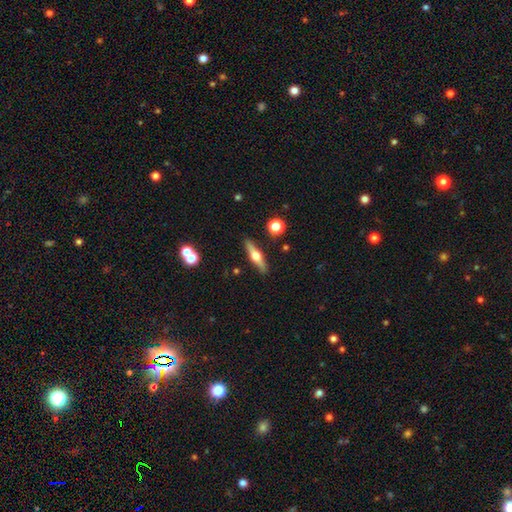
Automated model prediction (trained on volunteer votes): A featured or disk galaxy (62%) viewed edge-on (95%) with a rounded central bulge (95%). Merging: none (88%).